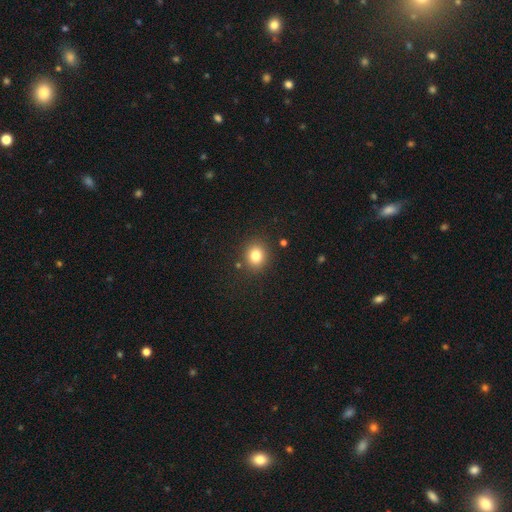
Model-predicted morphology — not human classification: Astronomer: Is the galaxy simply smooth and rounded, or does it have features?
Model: smooth — 81%.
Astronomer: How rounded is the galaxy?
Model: round — 76%.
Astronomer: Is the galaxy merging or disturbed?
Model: none — 86%.